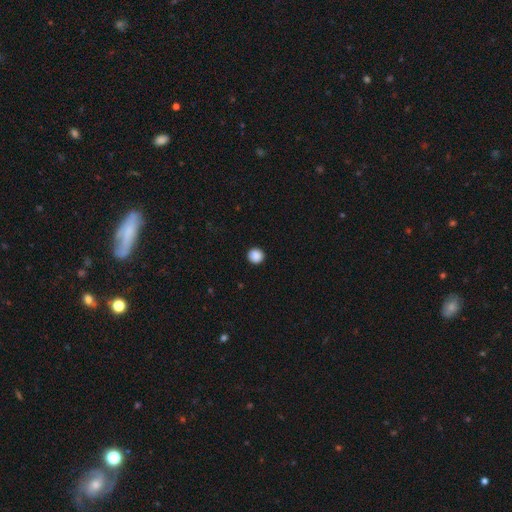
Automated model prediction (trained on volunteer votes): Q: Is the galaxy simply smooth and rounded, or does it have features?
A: smooth — 89%.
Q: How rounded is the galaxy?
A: round — 95%.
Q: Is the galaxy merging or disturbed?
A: none — 93%.